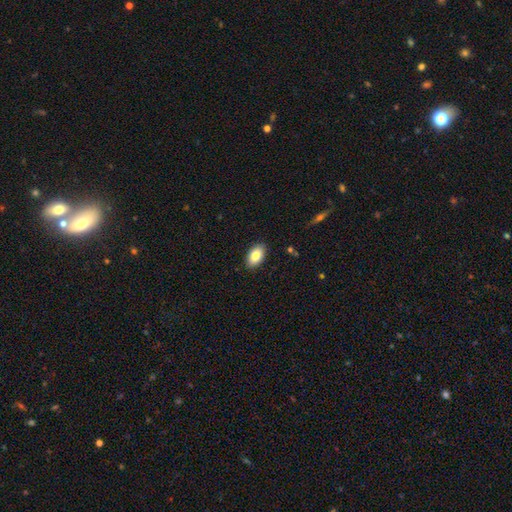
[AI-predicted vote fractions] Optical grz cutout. It shows a smooth galaxy with no disk features (84%) that is in between round and cigar-shaped (93%). Merging: none (88%).